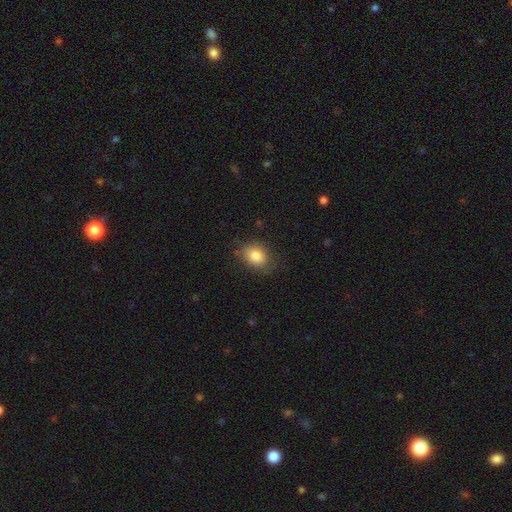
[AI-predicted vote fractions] The model was most divided on "how rounded": in between: 63%, round: 36%, cigar-shaped: 1%. More confident: smooth or featured — smooth (83%); merging — none (77%).